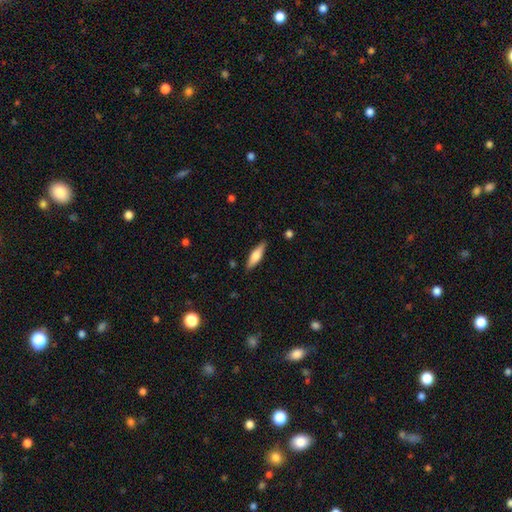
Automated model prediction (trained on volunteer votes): The model was most divided on "how rounded": cigar-shaped: 59%, in between: 39%, round: 2%. More confident: merging — none (87%); smooth or featured — smooth (63%).